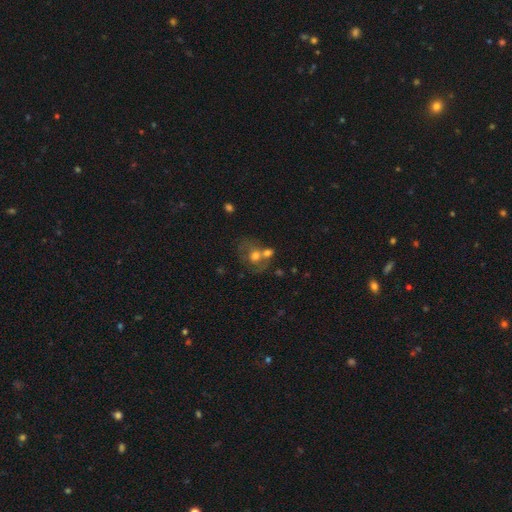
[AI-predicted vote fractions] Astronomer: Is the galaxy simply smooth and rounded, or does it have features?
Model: smooth — 56% (runner-up: featured or disk, 32%).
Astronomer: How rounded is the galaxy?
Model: round — 62%.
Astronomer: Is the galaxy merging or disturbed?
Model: merger — 52% (runner-up: none, 29%).